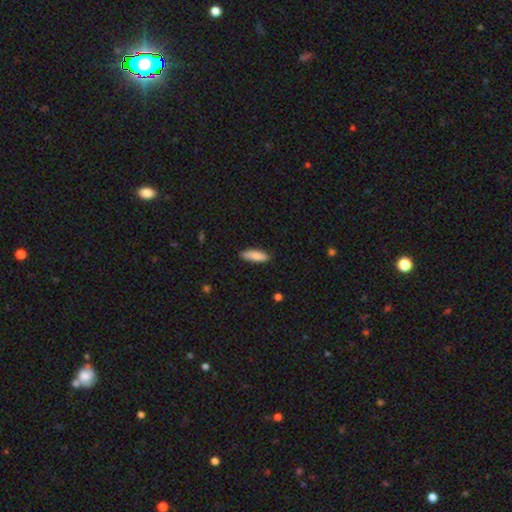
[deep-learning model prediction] smooth-or-featured: smooth: 85% | featured or disk: 9% | star or artifact: 6%
  how-rounded: in between: 55% | cigar-shaped: 43% | round: 2%
  merging: none: 85% | minor disturbance: 12% | major disturbance: 2% | merger: 1%